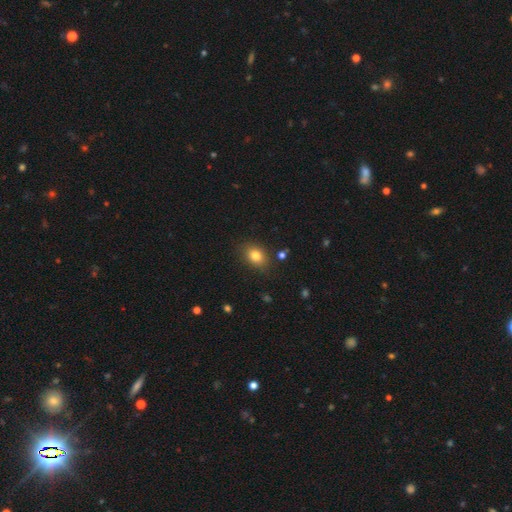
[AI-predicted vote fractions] Overall: smooth (81%). How rounded: in between (65%; round 34%). Merging: none (84%).